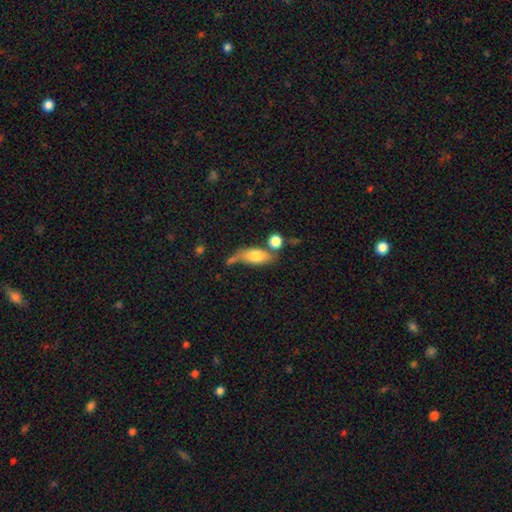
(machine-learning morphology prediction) smooth-or-featured: smooth: 69% | featured or disk: 23% | star or artifact: 8%
  how-rounded: in between: 77% | cigar-shaped: 18% | round: 5%
  merging: none: 44% | merger: 23% | minor disturbance: 21% | major disturbance: 12%